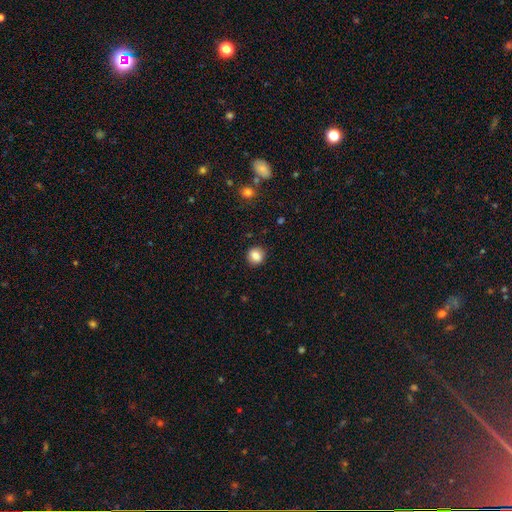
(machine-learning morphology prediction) This appears to be a smooth galaxy with no disk features (85%) that is round (82%). Merging: none (90%).